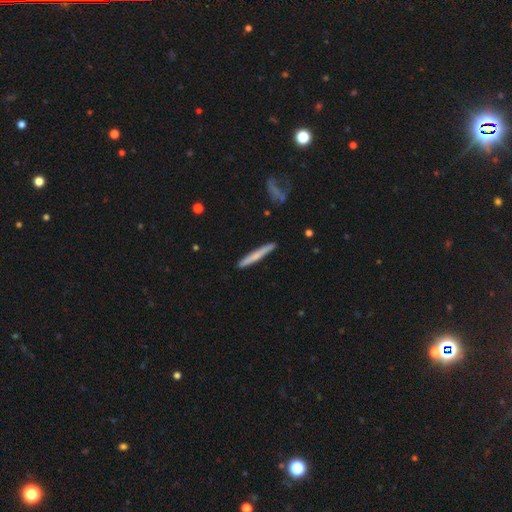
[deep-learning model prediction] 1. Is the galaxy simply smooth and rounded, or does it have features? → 61% smooth, 34% featured or disk, 5% star or artifact.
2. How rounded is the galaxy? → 96% cigar-shaped, 3% in between, 1% round.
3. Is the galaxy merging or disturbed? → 89% none, 8% minor disturbance, 2% merger, 2% major disturbance.